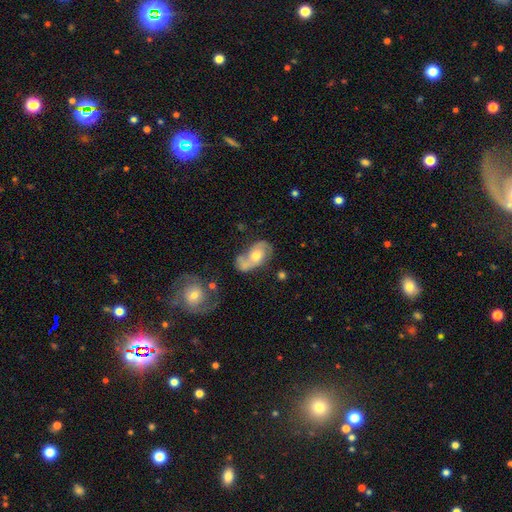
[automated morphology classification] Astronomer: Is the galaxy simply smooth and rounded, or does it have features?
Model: featured or disk — 64%.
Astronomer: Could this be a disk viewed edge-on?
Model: no — 95%.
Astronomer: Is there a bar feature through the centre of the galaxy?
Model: no — 71%.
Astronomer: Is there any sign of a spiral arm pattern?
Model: yes — 79%.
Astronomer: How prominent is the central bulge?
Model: moderate — 69%.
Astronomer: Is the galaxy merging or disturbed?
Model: none — 43% (runner-up: minor disturbance, 23%).